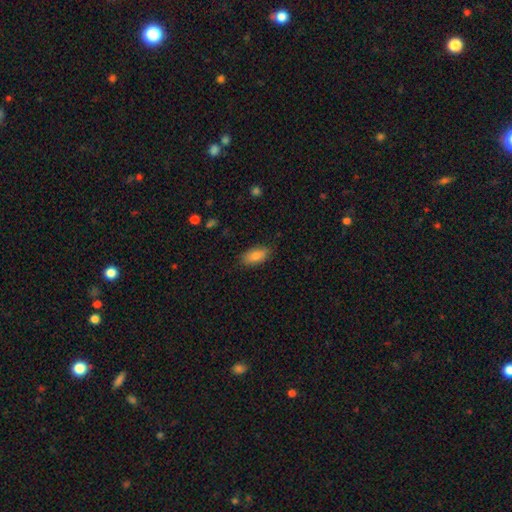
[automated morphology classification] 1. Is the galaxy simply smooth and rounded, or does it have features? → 83% smooth, 9% featured or disk, 7% star or artifact.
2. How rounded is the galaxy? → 89% in between, 8% cigar-shaped, 3% round.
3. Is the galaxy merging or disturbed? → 85% none, 12% minor disturbance, 2% major disturbance, 1% merger.